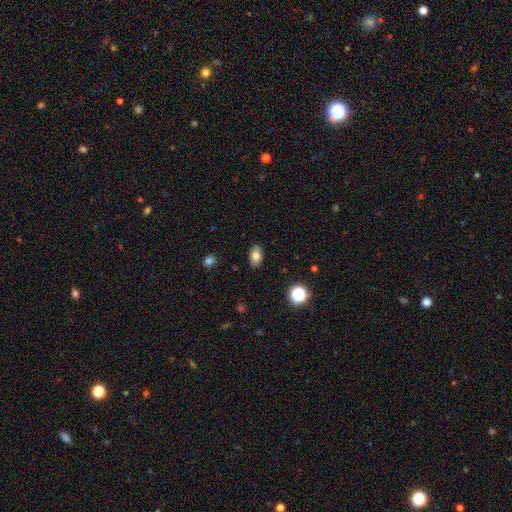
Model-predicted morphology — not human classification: Smooth or featured?
  - smooth: 80% *
  - featured or disk: 10%
  - star or artifact: 10%
How rounded?
  - in between: 89% *
  - round: 9%
  - cigar-shaped: 2%
Merging?
  - none: 87% *
  - minor disturbance: 10%
  - major disturbance: 2%
  - merger: 1%